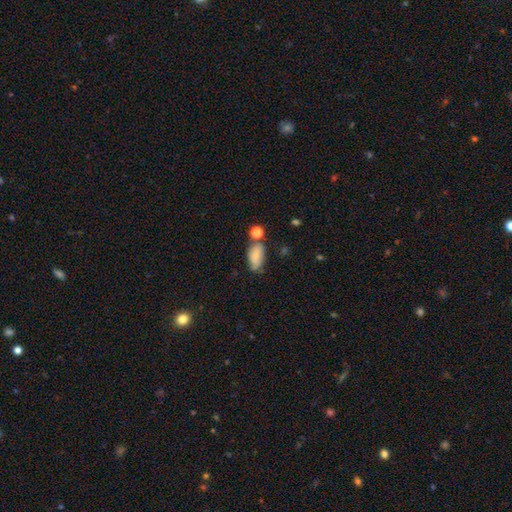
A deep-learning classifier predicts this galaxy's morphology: A smooth galaxy with no disk features (76%) that is in between round and cigar-shaped (91%).

Vote fractions:
- Smooth or featured? smooth: 76% / featured or disk: 14% / star or artifact: 9%
- How rounded? in between: 91% / round: 5% / cigar-shaped: 4%
- Merging? none: 53% / minor disturbance: 25% / merger: 14% / major disturbance: 7%